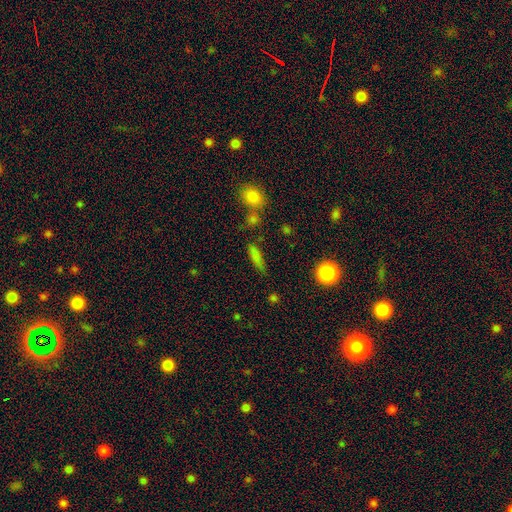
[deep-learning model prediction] Q: Smooth or featured?
A: smooth (75%); runner-up: star or artifact (14%)
Q: How rounded?
A: cigar-shaped (60%); runner-up: in between (36%)
Q: Merging?
A: none (66%); runner-up: minor disturbance (19%)